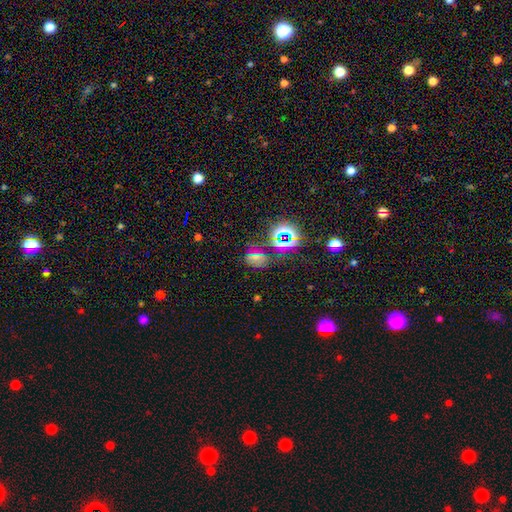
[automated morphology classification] This is possibly a star or artifact rather than a galaxy (57%).